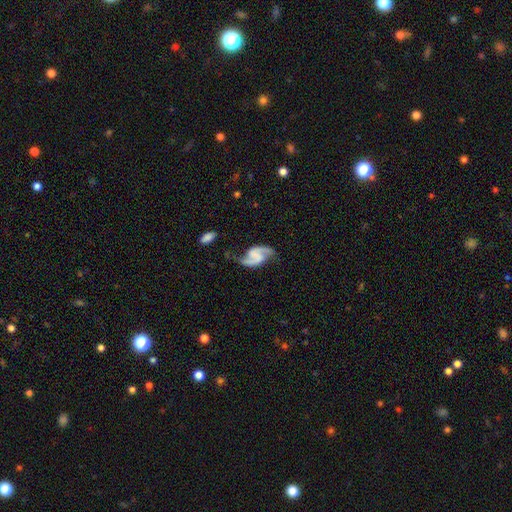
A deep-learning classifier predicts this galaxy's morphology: A featured or disk galaxy (88%) with a weak bar (41%), 2 (94%) loose (50%) spiral arms (97%) and no central bulge (67%). Merging: none (71%).